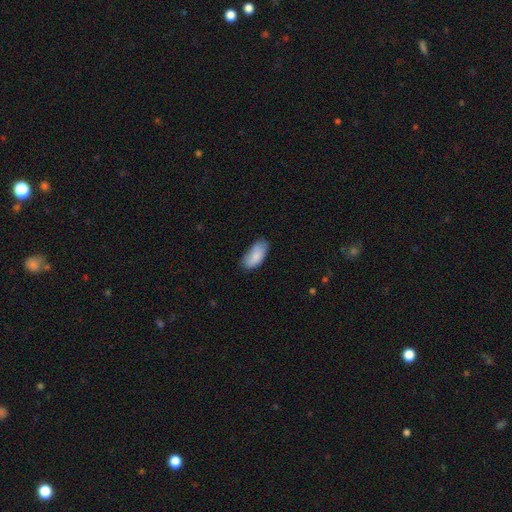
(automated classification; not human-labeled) A smooth galaxy with no disk features (85%) that is in between round and cigar-shaped (93%). Merging: none (66%).